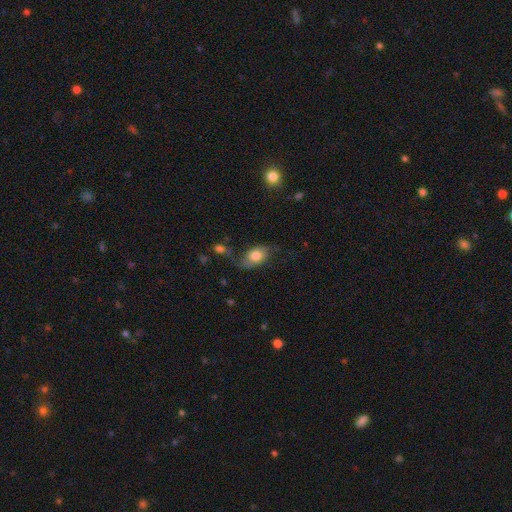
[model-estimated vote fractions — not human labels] smooth 58%, featured or disk 34%, star or artifact 8%. Down the decision tree: how rounded — in between (79%); merging — none (50%).